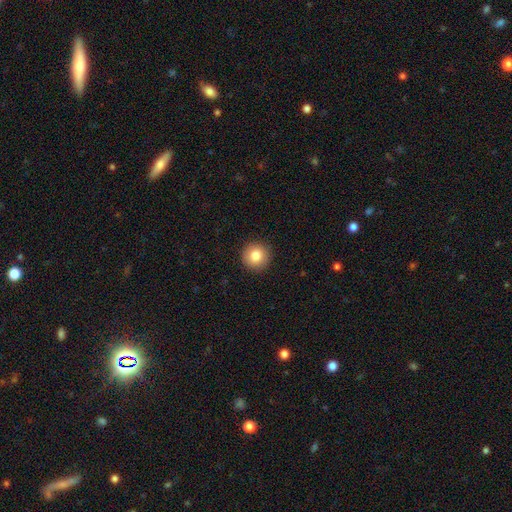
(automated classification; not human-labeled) smooth 83%, star or artifact 9%, featured or disk 8%. Down the decision tree: how rounded — round (95%); merging — none (92%).